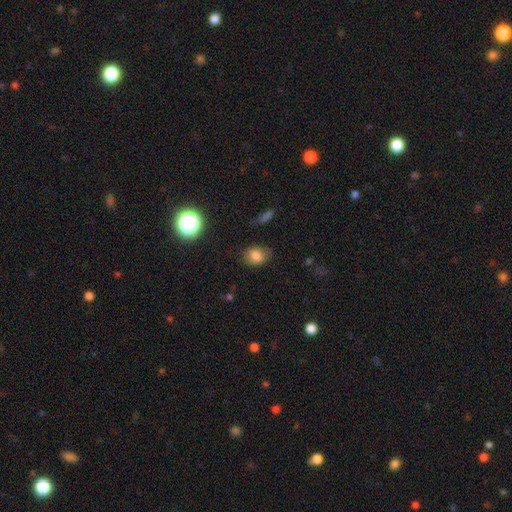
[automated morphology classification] type=smooth (79%); roundness=in between (64%); merging=none (75%).